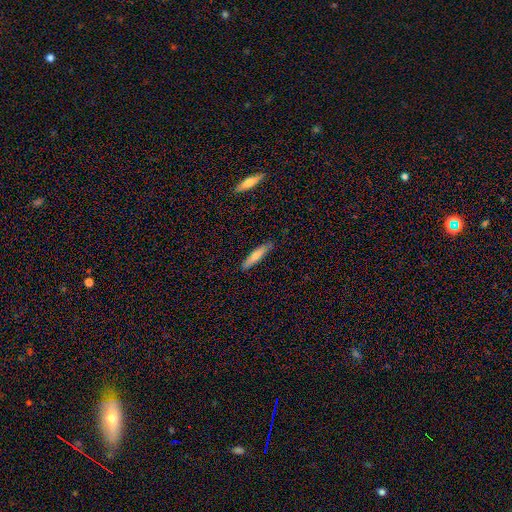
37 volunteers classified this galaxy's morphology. smooth-or-featured: smooth: 51% | featured or disk: 43% | star or artifact: 5%
  how-rounded: cigar-shaped: 89% | in between: 11% | round: 0%
  merging: none: 86% | minor disturbance: 11% | major disturbance: 3% | merger: 0%